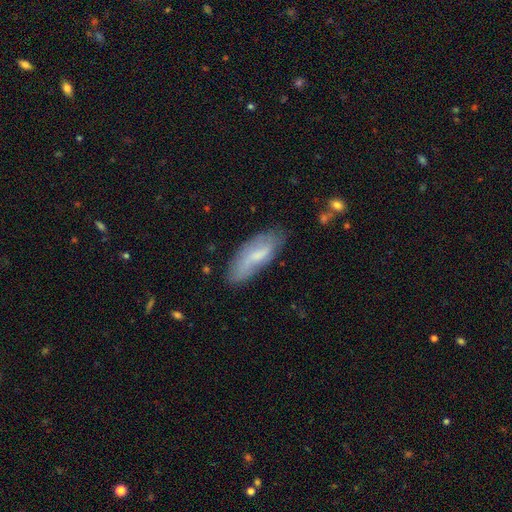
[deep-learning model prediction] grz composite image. It shows a smooth galaxy with no disk features (58%) that is in between round and cigar-shaped (68%). Merging: none (69%).